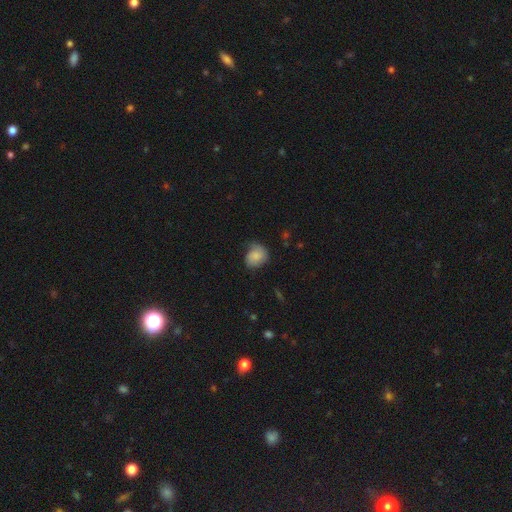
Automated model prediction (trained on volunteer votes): smooth-or-featured: smooth: 77% | featured or disk: 15% | star or artifact: 8%
  how-rounded: round: 60% | in between: 39% | cigar-shaped: 1%
  merging: none: 55% | minor disturbance: 33% | major disturbance: 11% | merger: 2%